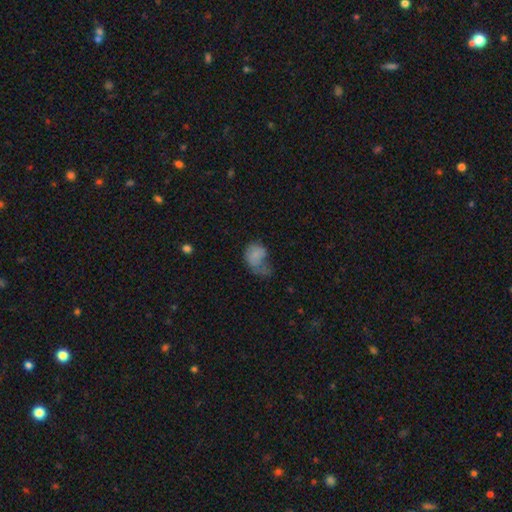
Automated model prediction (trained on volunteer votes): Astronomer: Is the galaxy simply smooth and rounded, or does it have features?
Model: smooth — 63%.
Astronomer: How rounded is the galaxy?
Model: in between — 63%.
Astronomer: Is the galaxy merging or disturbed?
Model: major disturbance — 51%.